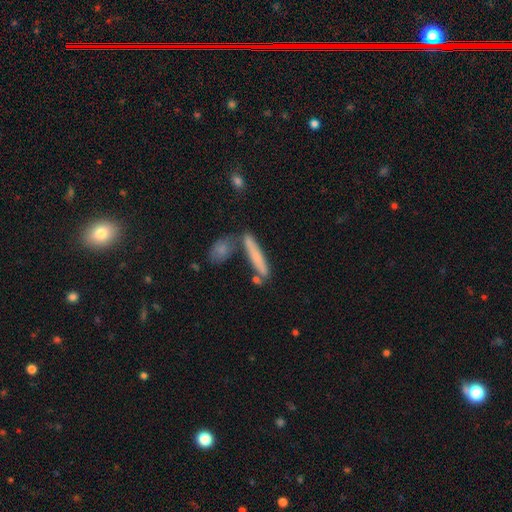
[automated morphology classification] Q: Smooth or featured?
A: smooth (70%); runner-up: featured or disk (22%)
Q: How rounded?
A: cigar-shaped (90%); runner-up: in between (8%)
Q: Merging?
A: none (69%); runner-up: merger (15%)